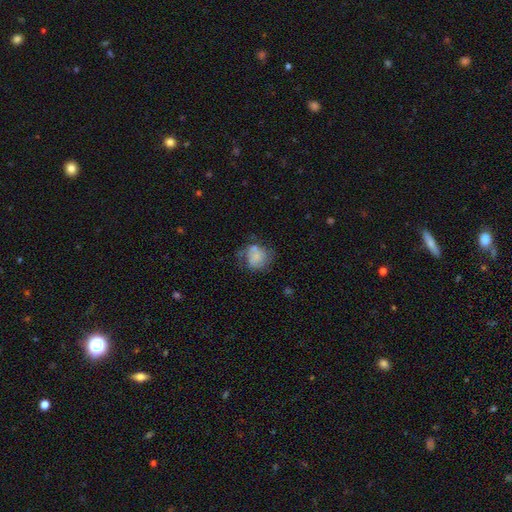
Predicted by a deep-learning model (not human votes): The model was most divided on "merging": none: 42%, minor disturbance: 27%, major disturbance: 23%, merger: 8%. More confident: how rounded — round (68%); smooth or featured — smooth (56%).